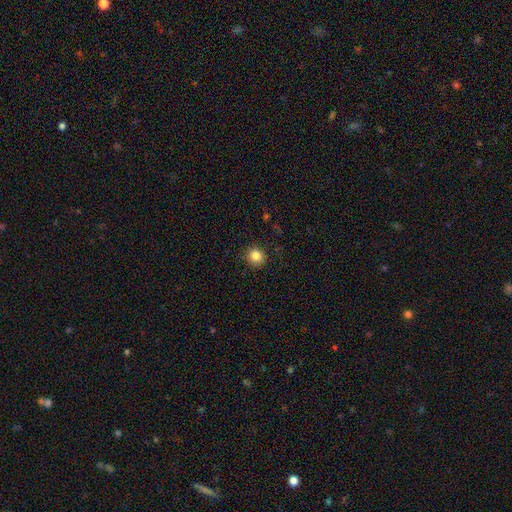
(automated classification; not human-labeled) Smooth or featured?
  - smooth: 85% *
  - star or artifact: 11%
  - featured or disk: 5%
How rounded?
  - round: 89% *
  - in between: 10%
  - cigar-shaped: 1%
Merging?
  - none: 89% *
  - minor disturbance: 8%
  - major disturbance: 2%
  - merger: 1%